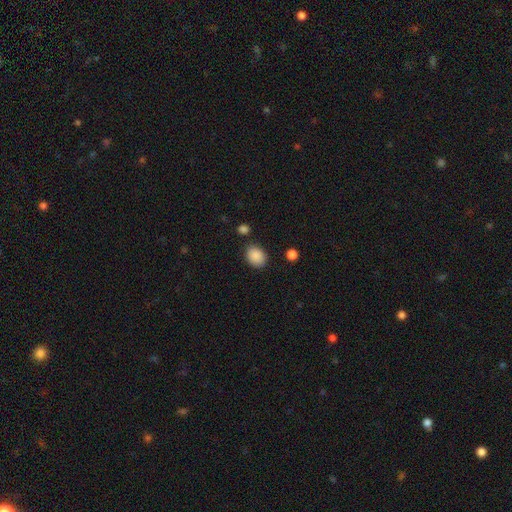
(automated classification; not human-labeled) Morphology: type=smooth (88%); roundness=in between (61%); merging=none (81%).